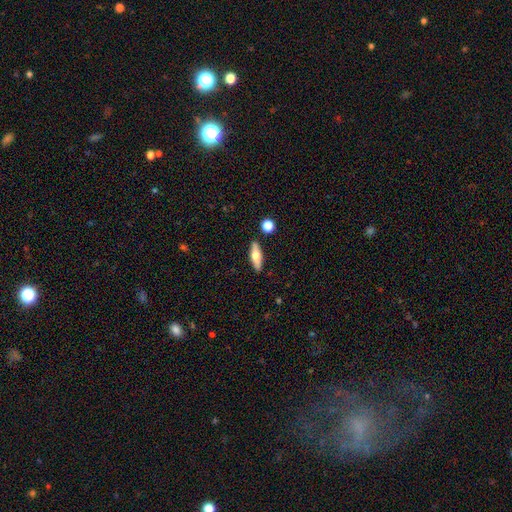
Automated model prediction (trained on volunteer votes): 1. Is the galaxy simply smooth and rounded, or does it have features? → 54% smooth, 40% featured or disk, 7% star or artifact.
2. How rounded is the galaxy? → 49% in between, 48% cigar-shaped, 3% round.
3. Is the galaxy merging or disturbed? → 87% none, 8% minor disturbance, 3% merger, 2% major disturbance.